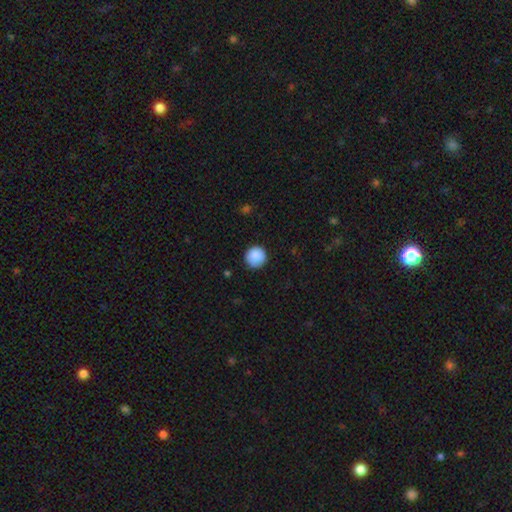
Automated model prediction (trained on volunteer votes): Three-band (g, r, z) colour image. It shows a smooth galaxy with no disk features (87%) that is round (95%). Merging: none (86%).